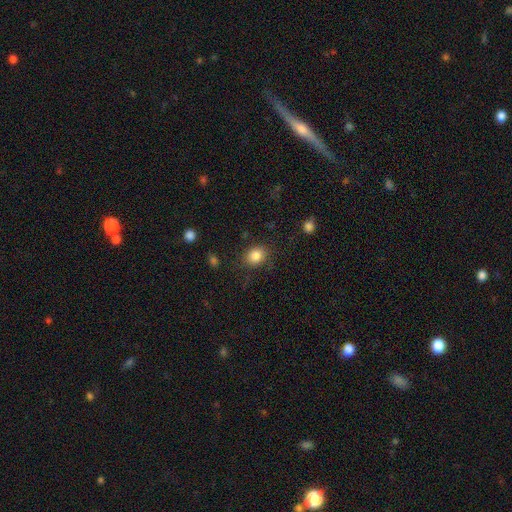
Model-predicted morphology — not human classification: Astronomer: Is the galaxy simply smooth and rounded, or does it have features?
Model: smooth — 85%.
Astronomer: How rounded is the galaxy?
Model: round — 53% (runner-up: in between, 46%).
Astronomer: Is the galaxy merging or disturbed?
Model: none — 82%.